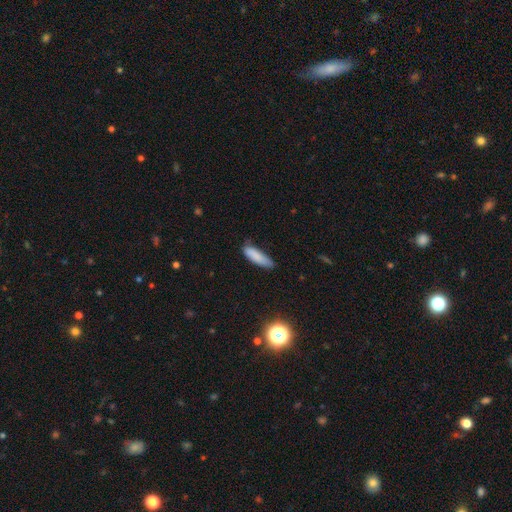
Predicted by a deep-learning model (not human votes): Smooth or featured? Predicted: smooth (p=0.85). How rounded? Predicted: cigar-shaped (p=0.58). Merging? Predicted: none (p=0.61).